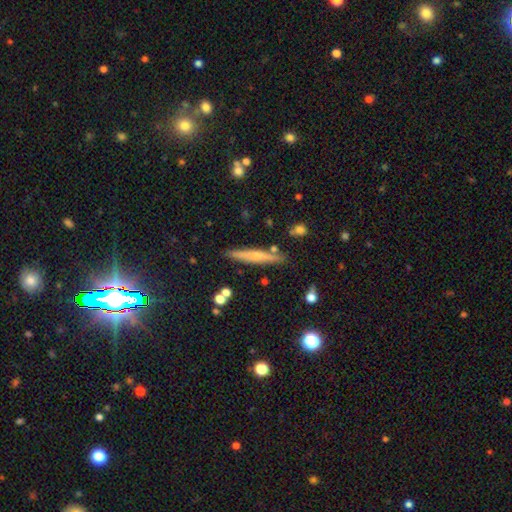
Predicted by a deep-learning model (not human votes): A featured or disk galaxy (53%) viewed edge-on (93%).

Vote fractions:
- Smooth or featured? featured or disk: 53% / smooth: 37% / star or artifact: 10%
- Edge-on disk? yes: 93% / no: 7%
- Merging? none: 87% / minor disturbance: 9% / merger: 3% / major disturbance: 2%